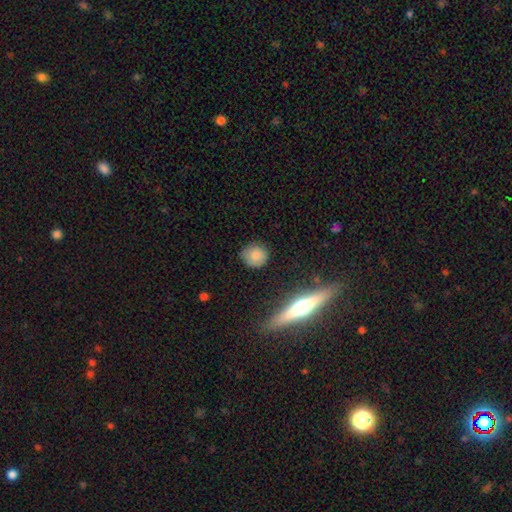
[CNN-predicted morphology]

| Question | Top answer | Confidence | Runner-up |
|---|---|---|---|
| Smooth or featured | smooth | 82% | star or artifact (10%) |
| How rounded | round | 87% | in between (11%) |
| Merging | none | 80% | minor disturbance (14%) |